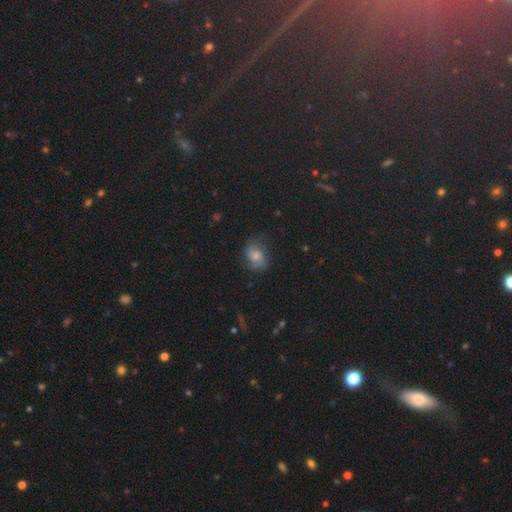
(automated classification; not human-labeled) This appears to be a featured or disk galaxy (52%) with no bar (61%), spiral arms (88%) and a moderate central bulge (51%). Merging: none (65%).